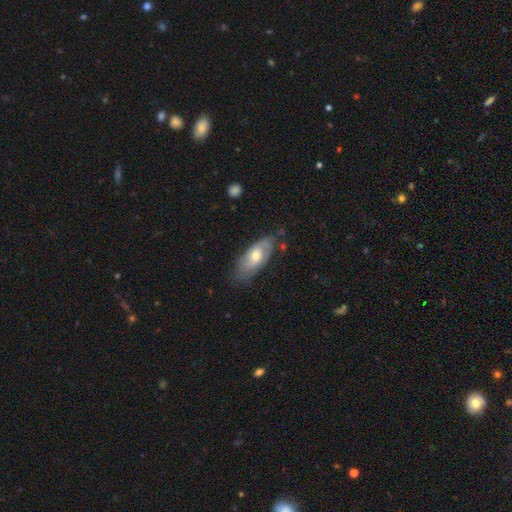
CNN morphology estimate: This appears to be a featured or disk galaxy (50%). Merging: none (67%).